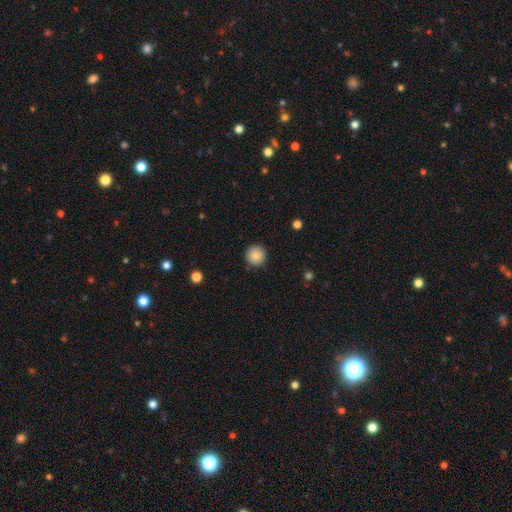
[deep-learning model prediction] Smooth or featured? Predicted: smooth (p=0.84). How rounded? Predicted: round (p=0.96). Merging? Predicted: none (p=0.90).